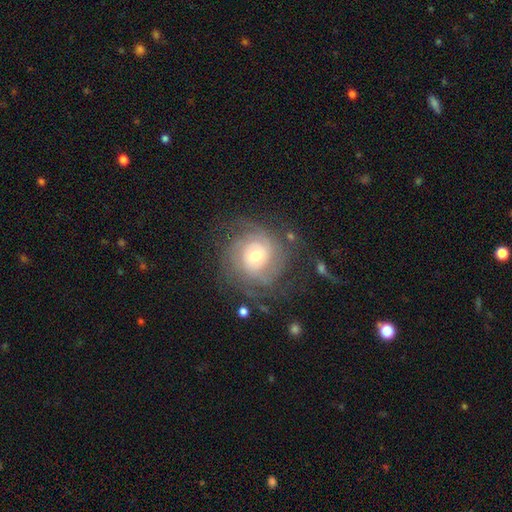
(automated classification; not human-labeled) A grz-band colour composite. It shows a featured or disk galaxy (76%) with no bar (75%), tight (65%) spiral arms (92%) and a moderate central bulge (62%). Merging: none (69%).